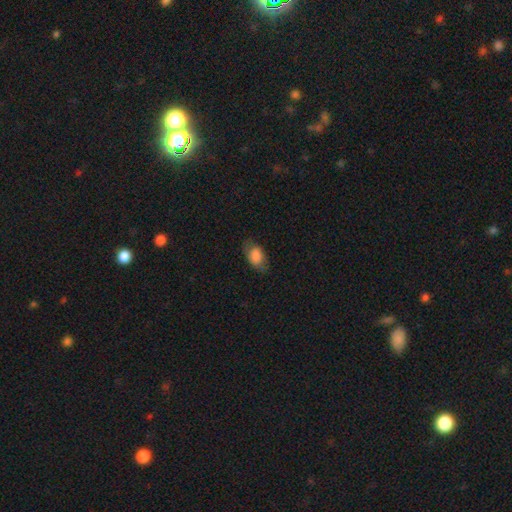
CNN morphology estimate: Overall: smooth (79%). How rounded: in between (87%). Merging: none (69%).